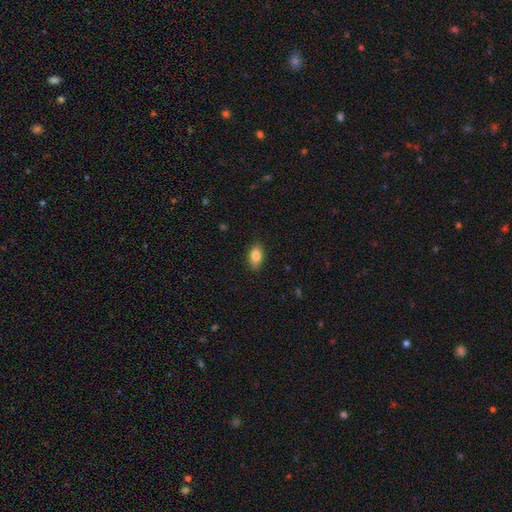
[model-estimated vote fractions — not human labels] Smooth or featured? smooth (85%)
How rounded? in between (90%)
Merging? none (87%)